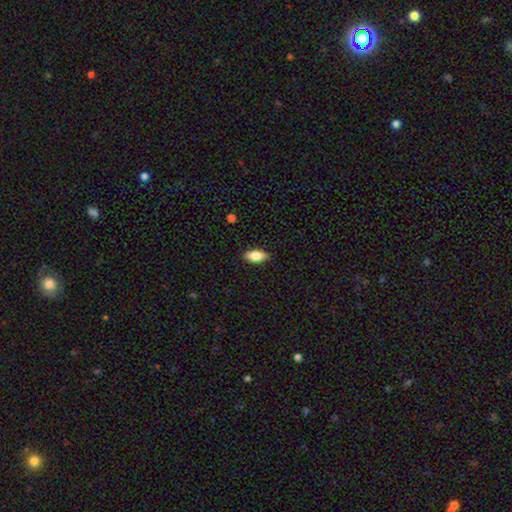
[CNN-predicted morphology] Smooth or featured? smooth (79%)
How rounded? in between (84%)
Merging? none (88%)